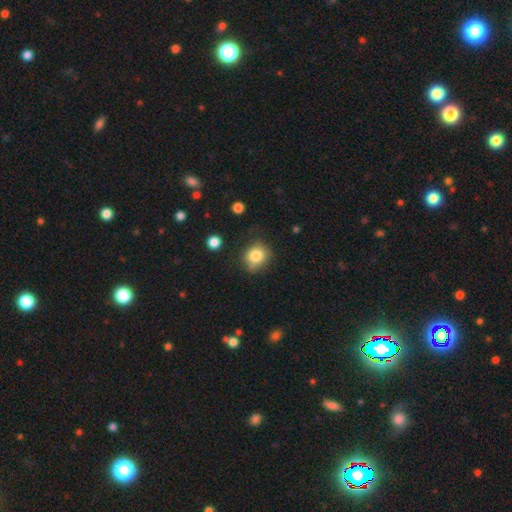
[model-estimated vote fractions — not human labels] This appears to be a smooth galaxy with no disk features (81%) that is round (76%). Merging: none (72%).